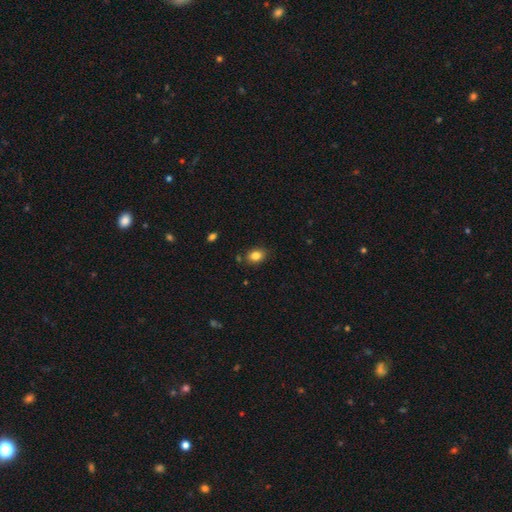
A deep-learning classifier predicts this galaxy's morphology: Overall: smooth (84%). How rounded: in between (63%; round 36%). Merging: none (83%).